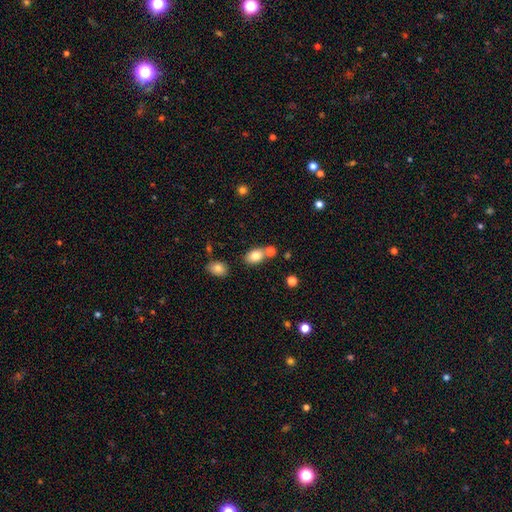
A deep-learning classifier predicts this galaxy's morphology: The model was most divided on "merging": none: 63%, merger: 22%, minor disturbance: 12%, major disturbance: 3%. More confident: how rounded — in between (81%); smooth or featured — smooth (80%).